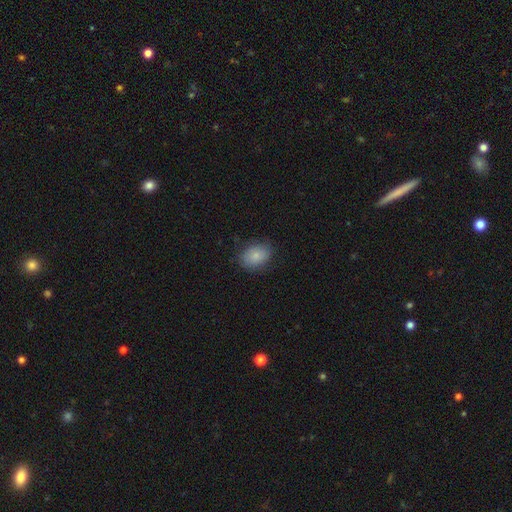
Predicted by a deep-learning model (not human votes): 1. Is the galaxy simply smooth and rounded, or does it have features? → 83% smooth, 9% featured or disk, 8% star or artifact.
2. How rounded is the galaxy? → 71% in between, 28% round, 1% cigar-shaped.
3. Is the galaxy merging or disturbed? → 81% none, 14% minor disturbance, 4% major disturbance, 1% merger.